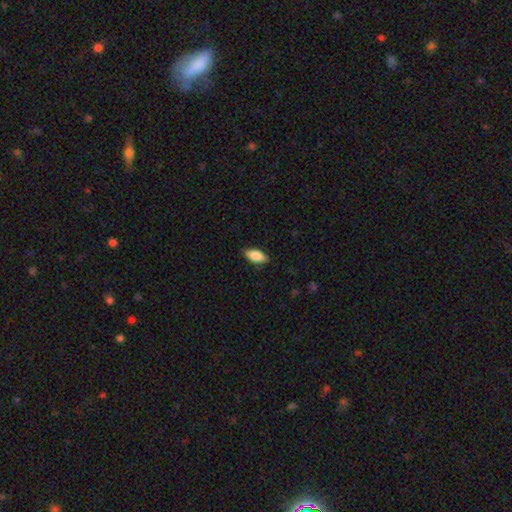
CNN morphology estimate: This appears to be a smooth galaxy with no disk features (82%) that is in between round and cigar-shaped (85%). Merging: none (84%).